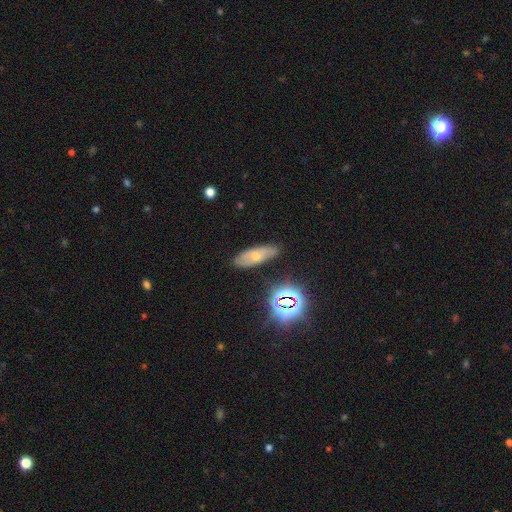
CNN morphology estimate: Q: Smooth or featured?
A: smooth (37%); runner-up: featured or disk (36%)
Q: Merging?
A: none (81%); runner-up: minor disturbance (14%)